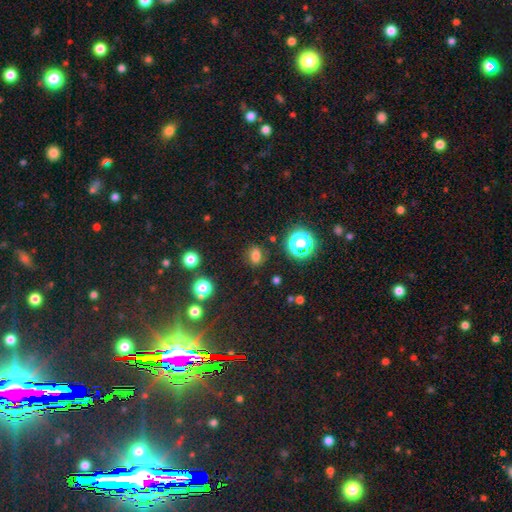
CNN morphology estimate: smooth-or-featured: smooth: 68% | star or artifact: 23% | featured or disk: 10%
  how-rounded: in between: 49% (tied) | round: 49% (tied) | cigar-shaped: 2%
  merging: none: 81% | minor disturbance: 12% | major disturbance: 4% | merger: 2%